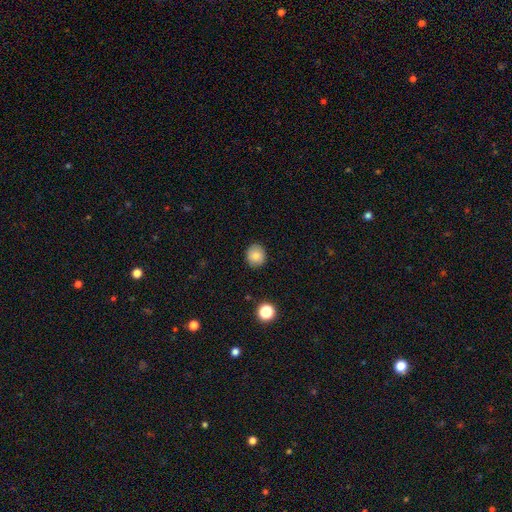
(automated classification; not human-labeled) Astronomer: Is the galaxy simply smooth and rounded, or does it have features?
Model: smooth — 82%.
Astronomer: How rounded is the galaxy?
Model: round — 84%.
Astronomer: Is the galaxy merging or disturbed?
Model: none — 88%.